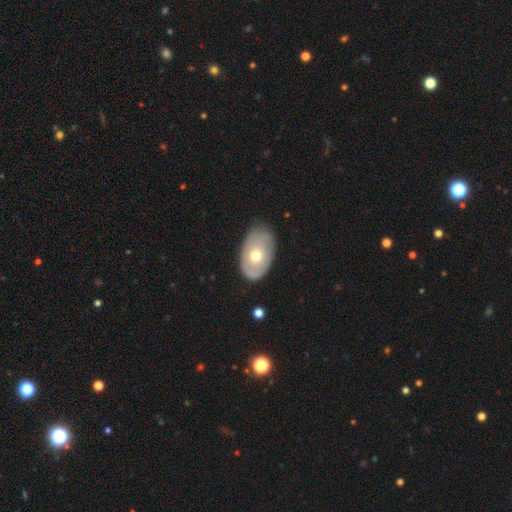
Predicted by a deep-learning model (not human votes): Smooth or featured? smooth (49%)
Merging? none (75%)